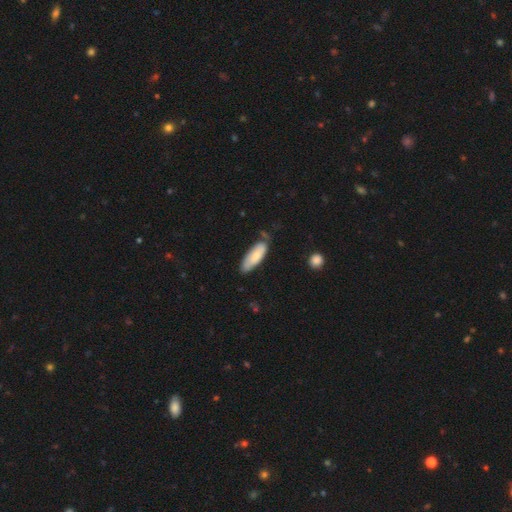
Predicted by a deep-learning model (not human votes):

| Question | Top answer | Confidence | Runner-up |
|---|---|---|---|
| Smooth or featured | smooth | 78% | featured or disk (17%) |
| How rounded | in between | 66% | cigar-shaped (32%) |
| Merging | none | 61% | minor disturbance (29%) |